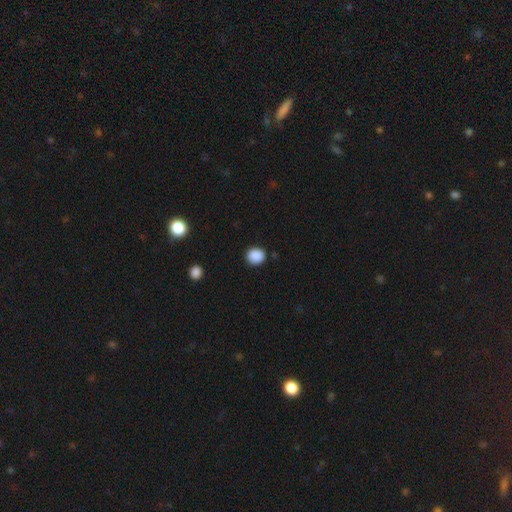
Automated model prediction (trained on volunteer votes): A smooth galaxy with no disk features (89%) that is round (76%). Merging: none (87%).